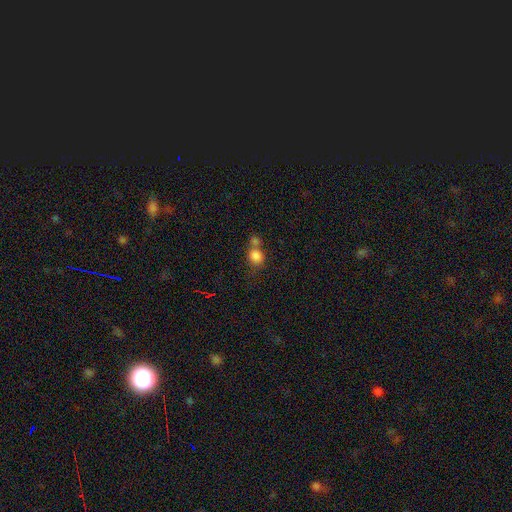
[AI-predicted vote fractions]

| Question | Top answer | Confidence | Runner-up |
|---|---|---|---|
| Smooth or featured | smooth | 82% | star or artifact (11%) |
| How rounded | round | 79% | in between (20%) |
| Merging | none | 43% | merger (42%) |